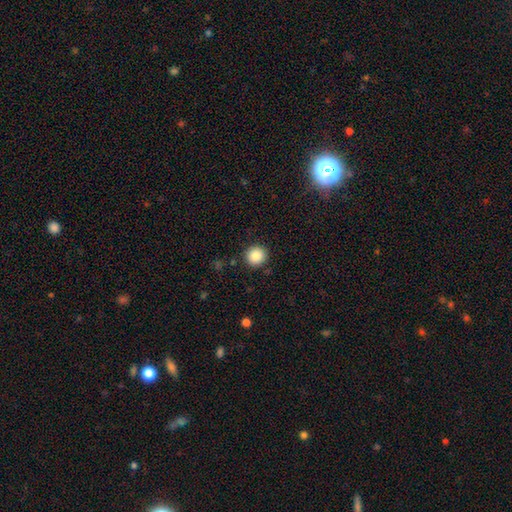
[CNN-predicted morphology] type=smooth (85%); roundness=round (93%); merging=none (90%).